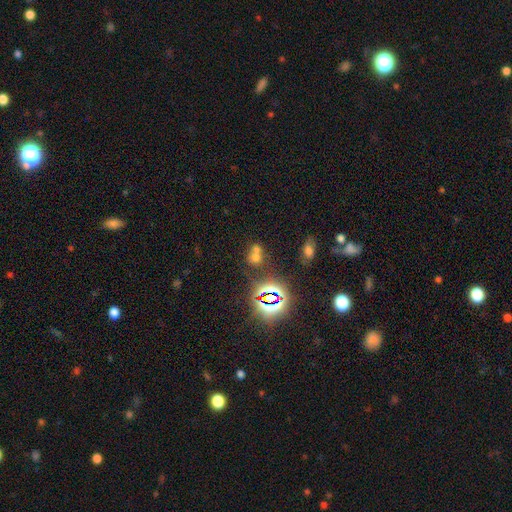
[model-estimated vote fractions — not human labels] Q: Smooth or featured?
A: smooth (53%); runner-up: star or artifact (34%)
Q: How rounded?
A: round (66%); runner-up: in between (33%)
Q: Merging?
A: merger (53%); runner-up: none (36%)